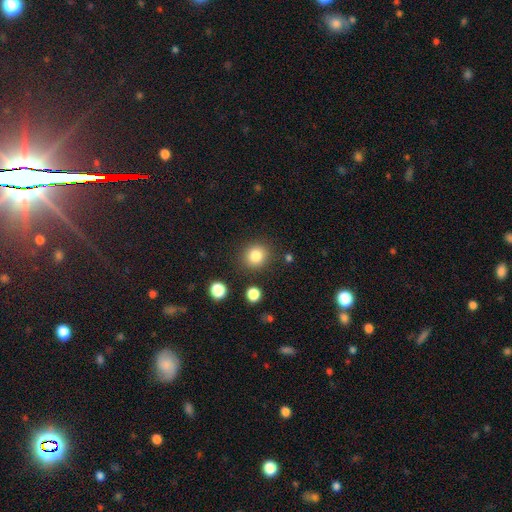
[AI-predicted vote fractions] A smooth galaxy with no disk features (83%) that is round (84%). Merging: none (85%).